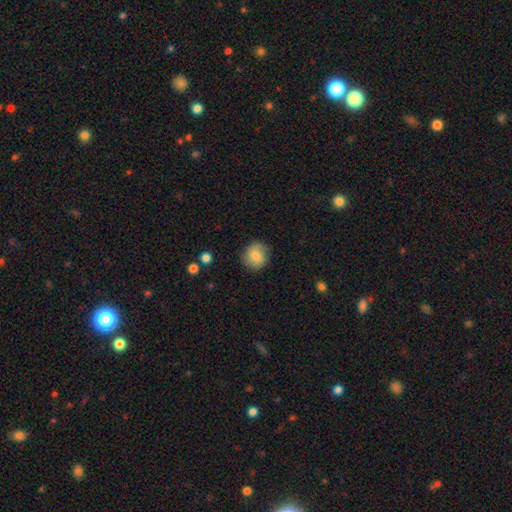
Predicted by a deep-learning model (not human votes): Smooth or featured? Predicted: smooth (p=0.81). How rounded? Predicted: round (p=0.87). Merging? Predicted: none (p=0.85).